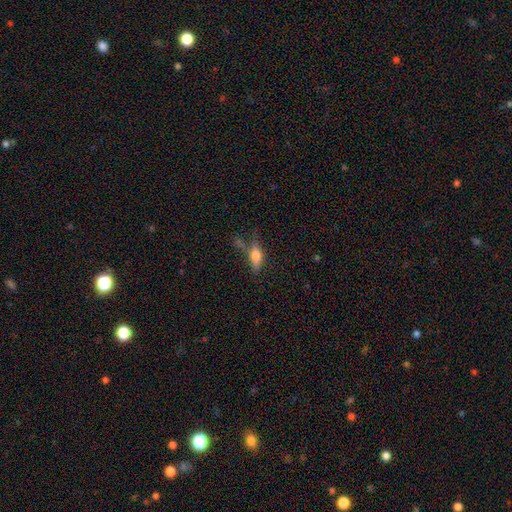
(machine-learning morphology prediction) smooth 58%, featured or disk 32%, star or artifact 9%. Down the decision tree: how rounded — in between (50%); merging — none (53%).